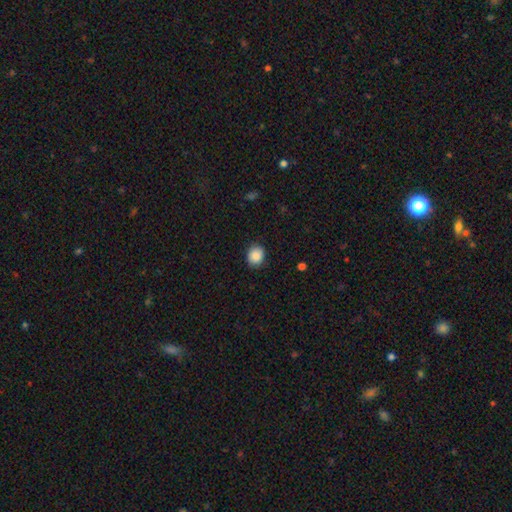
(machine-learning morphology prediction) The model was most divided on "how rounded": round: 66%, in between: 34%, cigar-shaped: 1%. More confident: smooth or featured — smooth (88%); merging — none (87%).